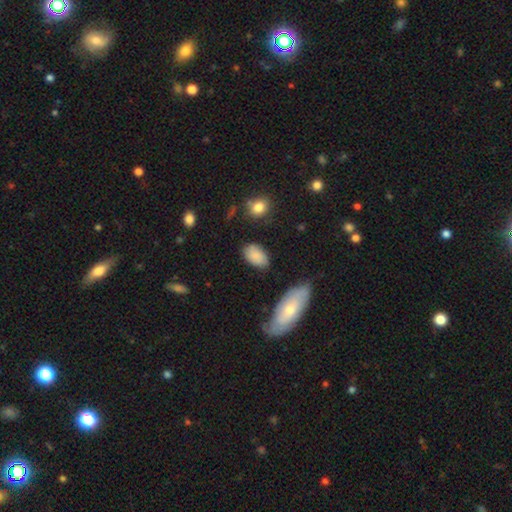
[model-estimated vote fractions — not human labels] Overall: smooth (81%). How rounded: in between (91%). Merging: none (75%).